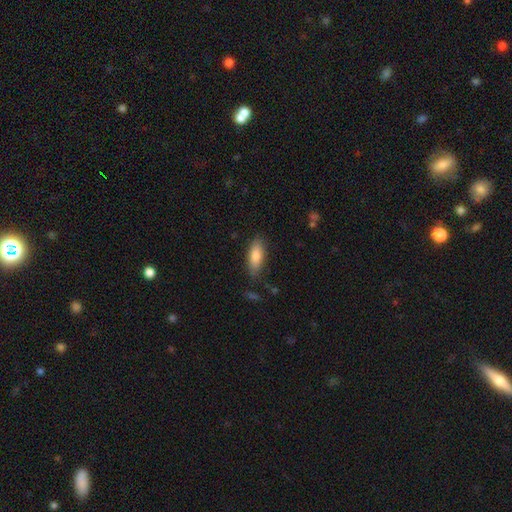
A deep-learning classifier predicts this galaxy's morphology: smooth-or-featured: smooth: 80% | featured or disk: 13% | star or artifact: 6%
  how-rounded: in between: 66% | cigar-shaped: 32% | round: 2%
  merging: none: 80% | minor disturbance: 15% | major disturbance: 3% | merger: 2%